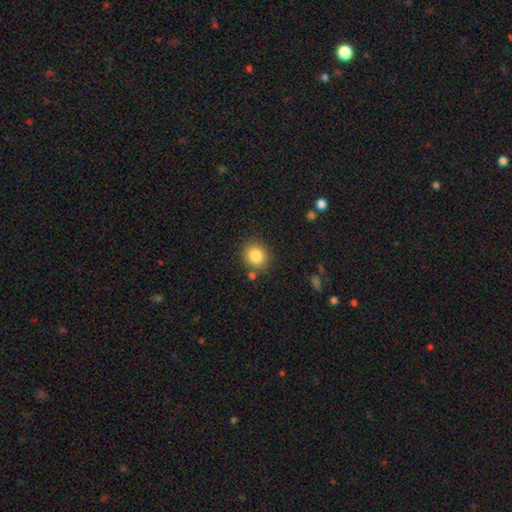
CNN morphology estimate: This is clearly a smooth galaxy (84%). How rounded: likely round (78%). Merging: clearly none (82%).